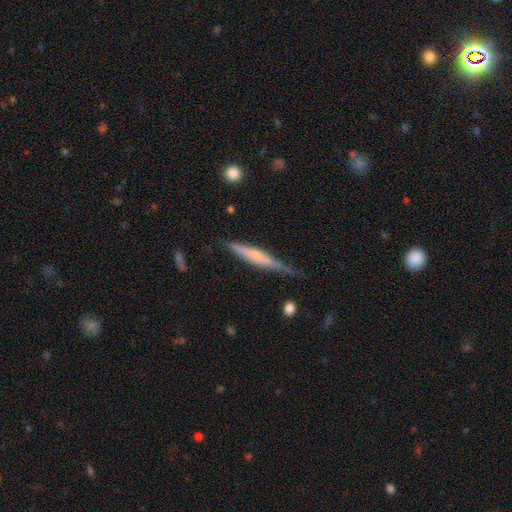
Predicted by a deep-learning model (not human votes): smooth_or_featured: featured or disk (p=0.52) [alt: smooth p=0.42]
disk_edge_on: yes (p=0.94) [alt: no p=0.06]
merging: none (p=0.73) [alt: minor disturbance p=0.21]